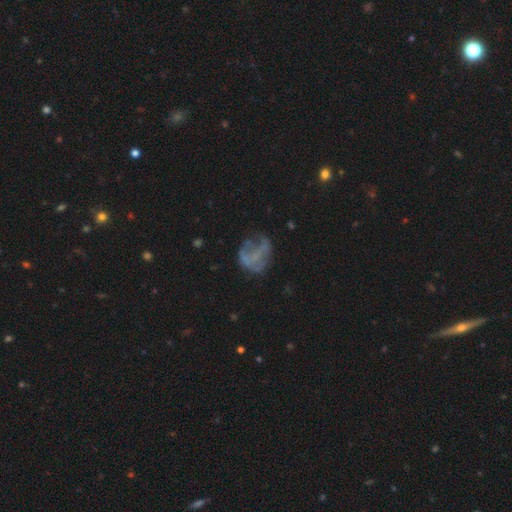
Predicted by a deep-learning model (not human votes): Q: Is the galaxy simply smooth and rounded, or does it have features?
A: featured or disk — 50%.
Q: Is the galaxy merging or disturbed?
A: none — 40%.